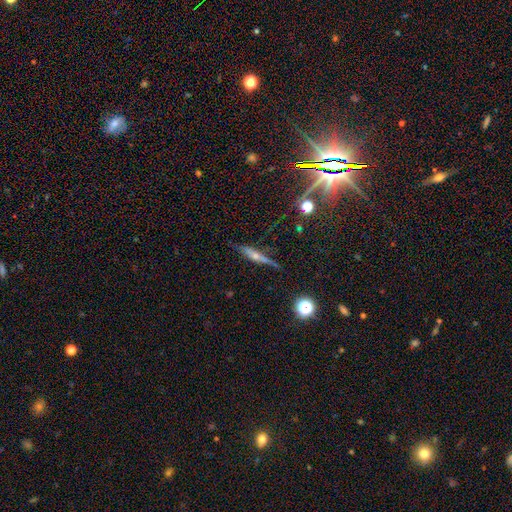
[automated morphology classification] Overall: featured or disk (57%; smooth 31%). Edge-on disk: yes (93%). Edge-on bulge: rounded (70%). Merging: none (79%).